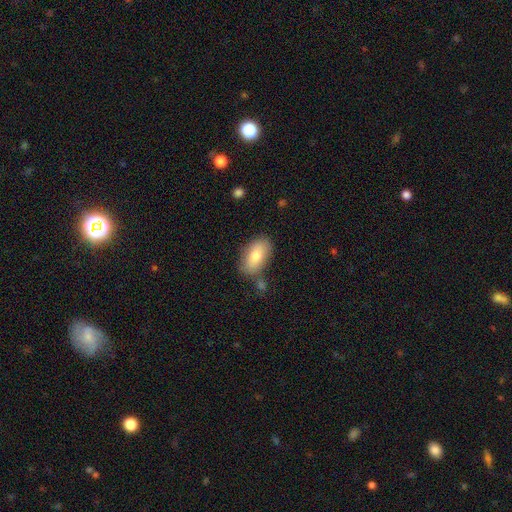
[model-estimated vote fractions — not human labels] smooth 78%, featured or disk 16%, star or artifact 7%. Down the decision tree: how rounded — in between (92%); merging — none (74%).